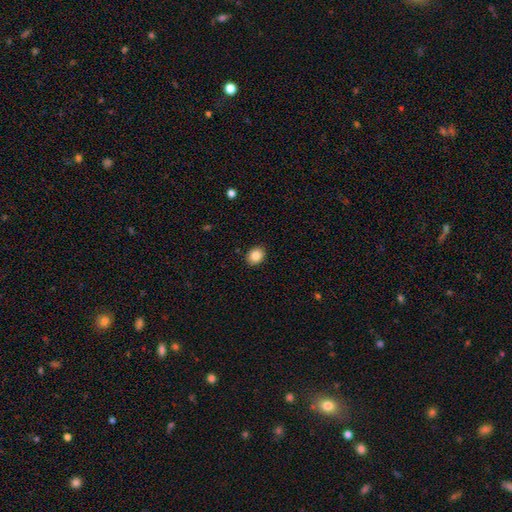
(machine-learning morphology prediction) This is clearly a smooth galaxy (86%). How rounded: possibly round (53%). Merging: clearly none (90%).